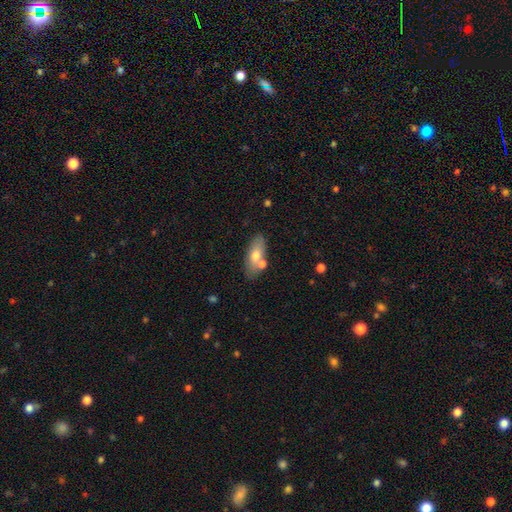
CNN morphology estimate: Smooth or featured: smooth — 69% (featured or disk — 25%)
How rounded: in between — 81% (cigar-shaped — 16%)
Merging: none — 65% (merger — 15%)